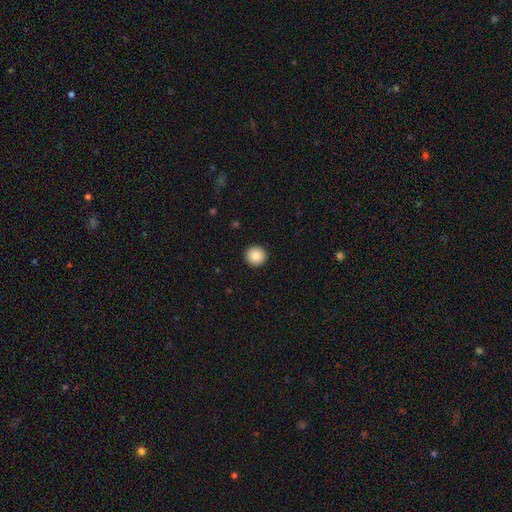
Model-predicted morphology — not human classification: Q: Smooth or featured?
A: smooth (87%); runner-up: star or artifact (9%)
Q: How rounded?
A: round (95%); runner-up: in between (4%)
Q: Merging?
A: none (93%); runner-up: minor disturbance (4%)